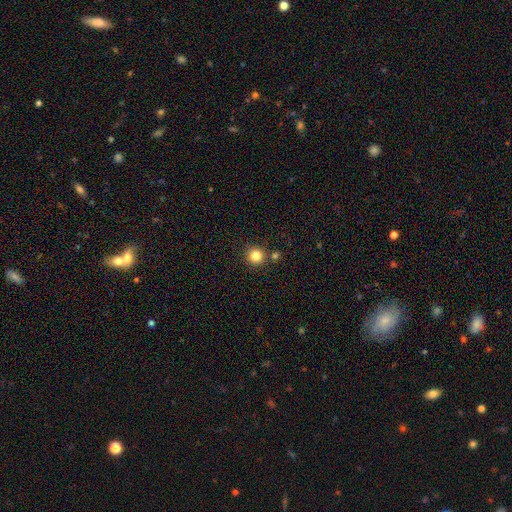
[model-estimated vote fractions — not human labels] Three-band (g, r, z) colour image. It shows a smooth galaxy with no disk features (83%) that is round (95%). Merging: none (84%).